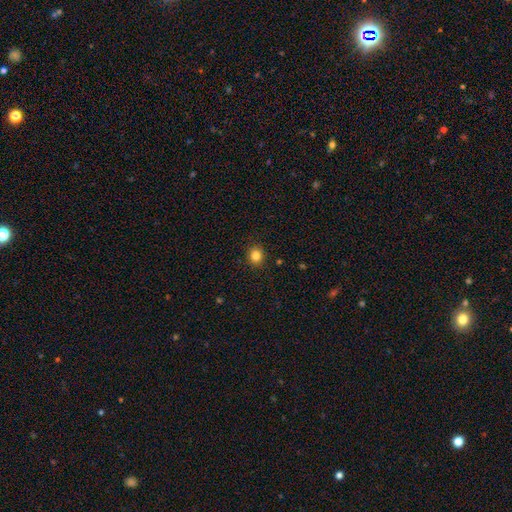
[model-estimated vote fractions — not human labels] Smooth or featured: smooth — 83% (star or artifact — 12%)
How rounded: round — 76% (in between — 23%)
Merging: none — 91% (minor disturbance — 6%)